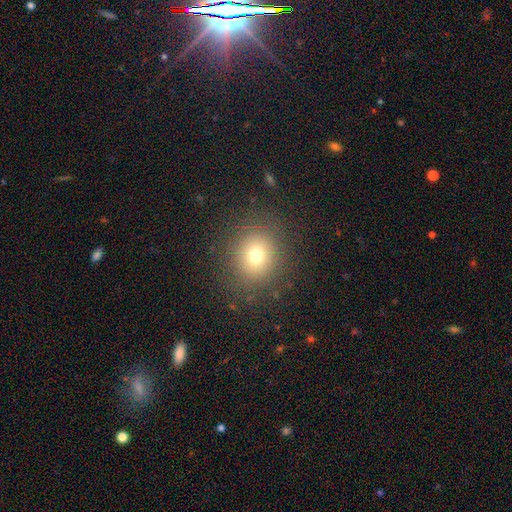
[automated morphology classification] This is likely a smooth galaxy (73%). How rounded: likely round (78%). Merging: clearly none (86%).